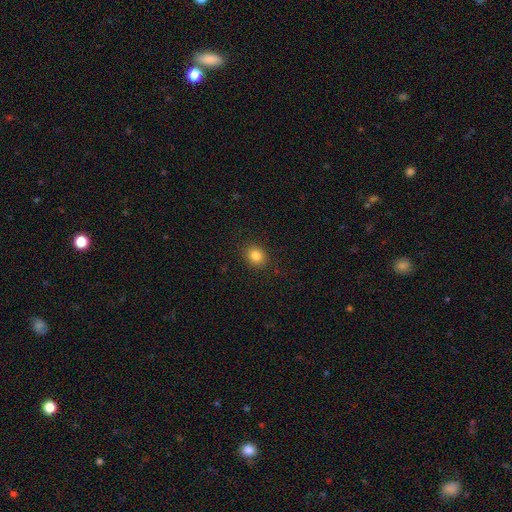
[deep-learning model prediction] smooth-or-featured: smooth: 83% | star or artifact: 11% | featured or disk: 5%
  how-rounded: round: 66% | in between: 33% | cigar-shaped: 1%
  merging: none: 89% | minor disturbance: 7% | major disturbance: 2% | merger: 1%